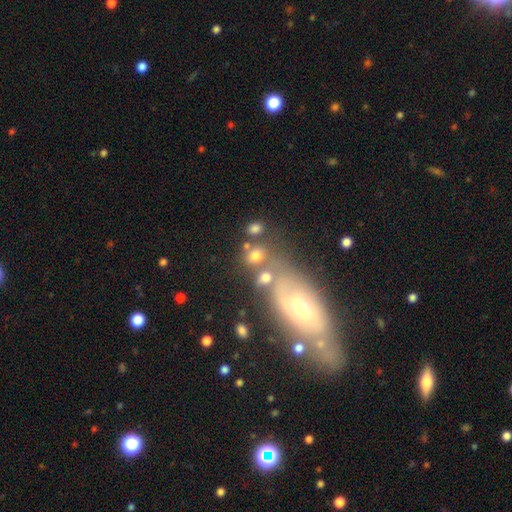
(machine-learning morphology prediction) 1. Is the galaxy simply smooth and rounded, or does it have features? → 69% smooth, 16% featured or disk, 15% star or artifact.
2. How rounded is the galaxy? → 53% round, 45% in between, 2% cigar-shaped.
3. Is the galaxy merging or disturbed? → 48% none, 30% merger, 13% minor disturbance, 9% major disturbance.